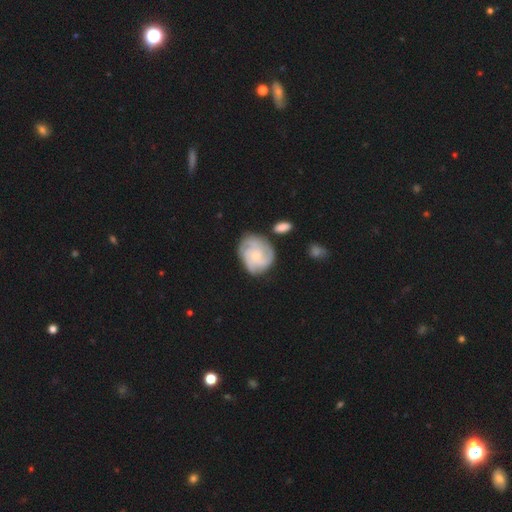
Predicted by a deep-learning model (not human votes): A featured or disk galaxy (71%) with no bar (76%), 3 (30%) tight (56%) spiral arms (92%) and a small central bulge (65%). Merging: none (66%).